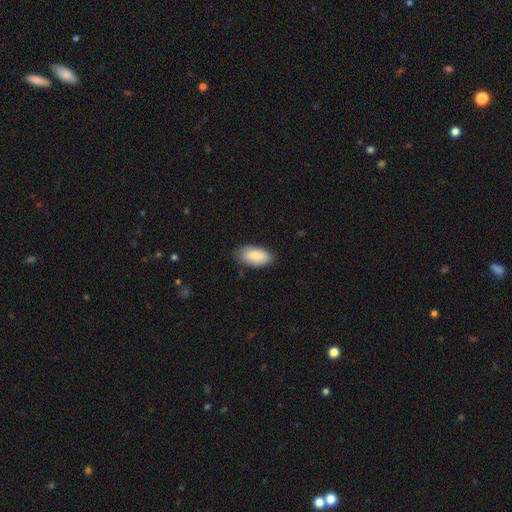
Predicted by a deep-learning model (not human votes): Morphology: type=smooth (87%); roundness=in between (94%); merging=none (77%).